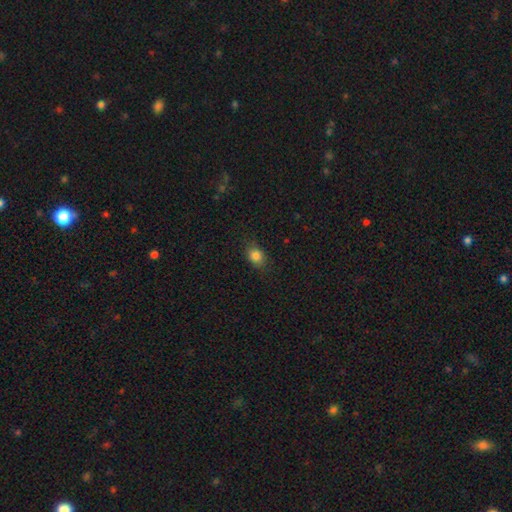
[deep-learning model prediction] Morphology: type=smooth (83%); roundness=in between (61%); merging=none (83%).